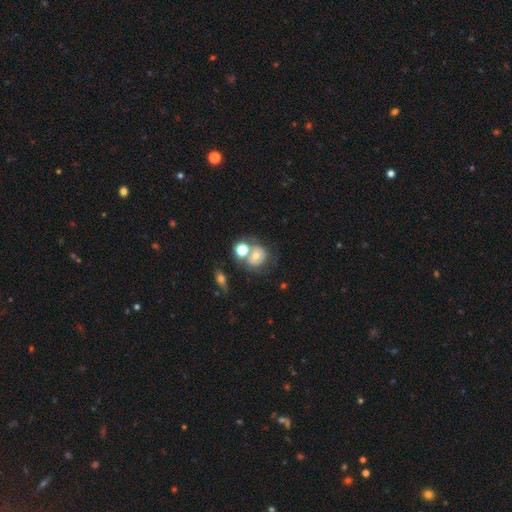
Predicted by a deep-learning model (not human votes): Smooth or featured? smooth (54%)
How rounded? round (73%)
Merging? none (38%)